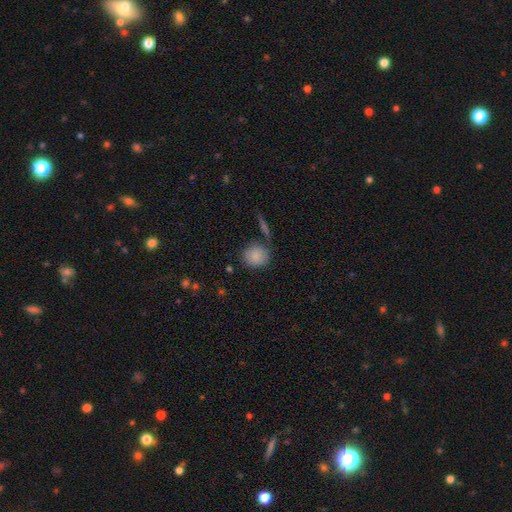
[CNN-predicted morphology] A smooth galaxy with no disk features (86%) that is round (82%). Merging: none (74%).